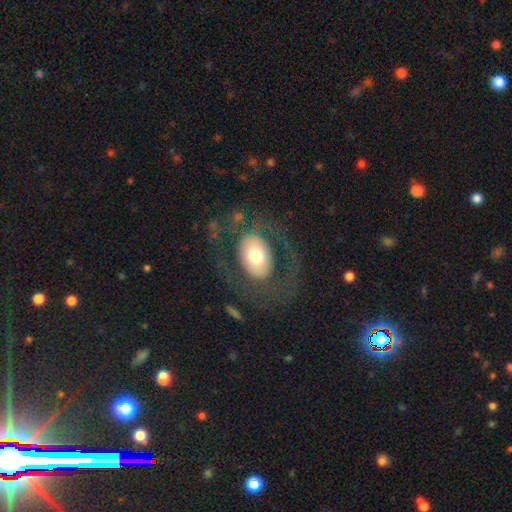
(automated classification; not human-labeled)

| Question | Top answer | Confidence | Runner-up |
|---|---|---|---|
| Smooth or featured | smooth | 52% | featured or disk (41%) |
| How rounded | in between | 78% | round (20%) |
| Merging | none | 68% | major disturbance (18%) |